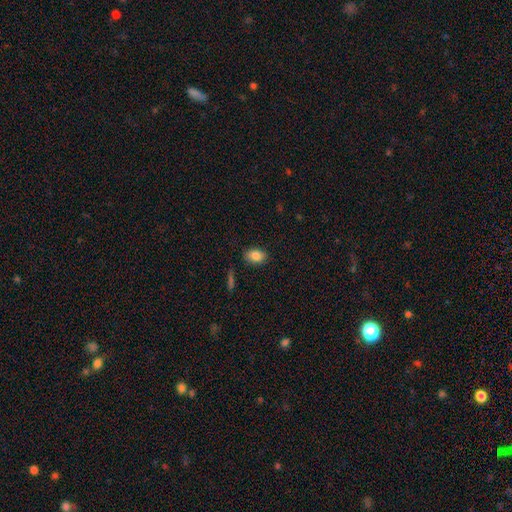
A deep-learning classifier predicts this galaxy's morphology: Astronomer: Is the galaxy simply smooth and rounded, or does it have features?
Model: smooth — 85%.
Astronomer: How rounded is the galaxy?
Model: in between — 82%.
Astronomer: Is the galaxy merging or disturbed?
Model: none — 85%.